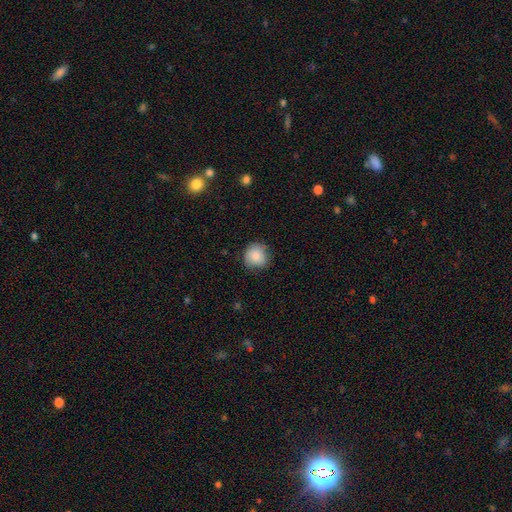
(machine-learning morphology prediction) A smooth galaxy with no disk features (85%) that is round (88%).

Vote fractions:
- Smooth or featured? smooth: 85% / star or artifact: 8% / featured or disk: 7%
- How rounded? round: 88% / in between: 11% / cigar-shaped: 1%
- Merging? none: 76% / minor disturbance: 20% / major disturbance: 4% / merger: 1%